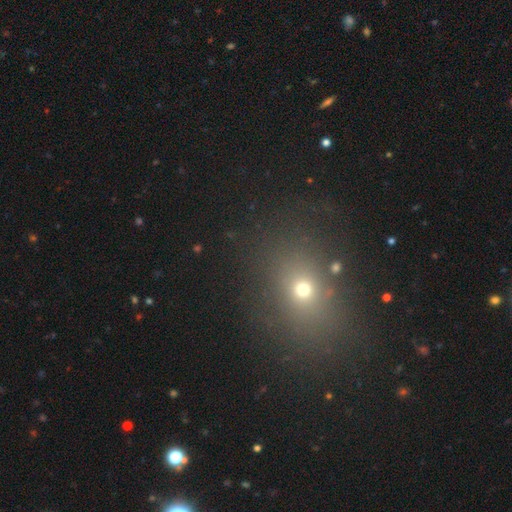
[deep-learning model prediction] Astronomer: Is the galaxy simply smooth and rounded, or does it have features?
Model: smooth — 57% (runner-up: star or artifact, 34%).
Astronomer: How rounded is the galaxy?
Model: in between — 52% (runner-up: round, 46%).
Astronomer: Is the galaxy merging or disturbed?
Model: none — 87%.